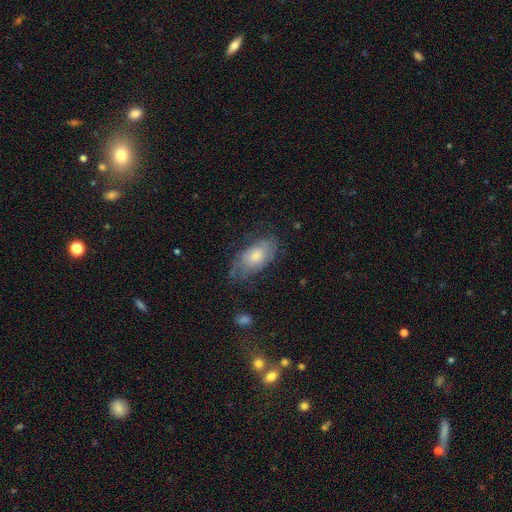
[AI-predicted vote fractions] The model was most divided on "smooth or featured": smooth: 59%, featured or disk: 34%, star or artifact: 7%. More confident: how rounded — in between (91%); merging — none (58%).